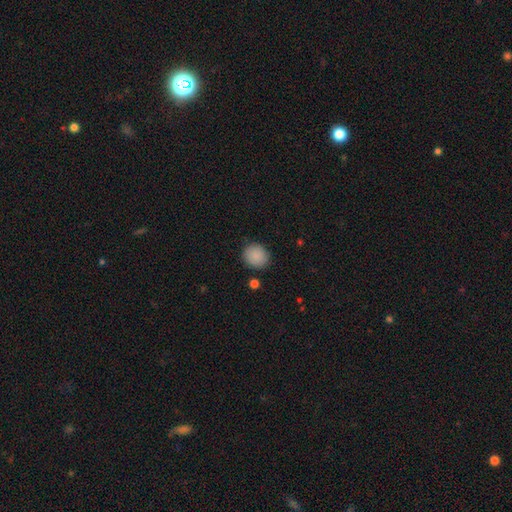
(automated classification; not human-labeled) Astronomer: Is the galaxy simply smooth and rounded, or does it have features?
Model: smooth — 89%.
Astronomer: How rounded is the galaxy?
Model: round — 80%.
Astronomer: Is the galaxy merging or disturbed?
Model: none — 87%.